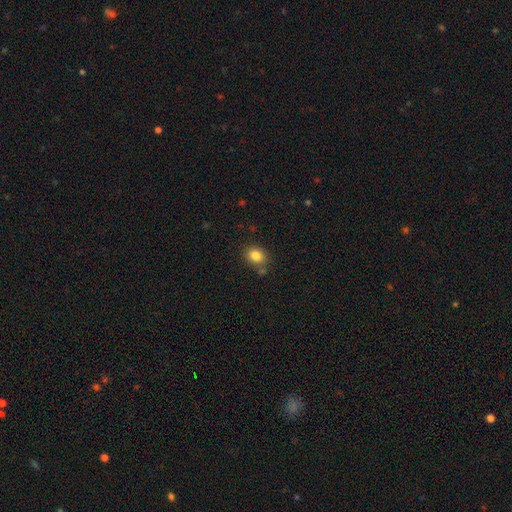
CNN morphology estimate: Q: Smooth or featured?
A: smooth (84%); runner-up: star or artifact (10%)
Q: How rounded?
A: in between (55%); runner-up: round (44%)
Q: Merging?
A: none (75%); runner-up: minor disturbance (13%)